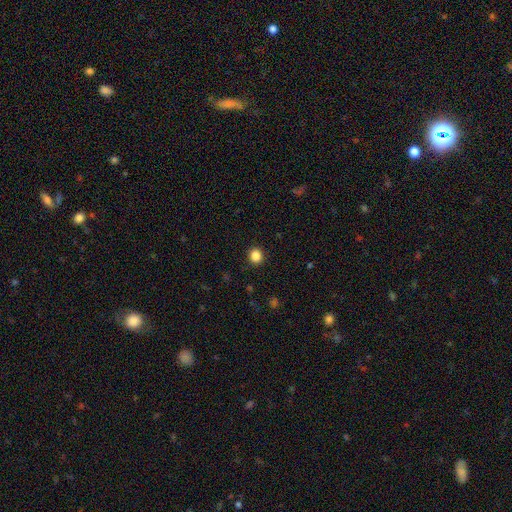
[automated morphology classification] Overall: smooth (86%). How rounded: round (85%). Merging: none (92%).